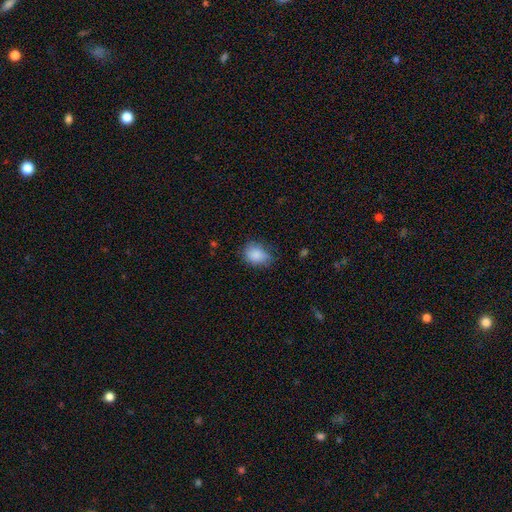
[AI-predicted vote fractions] smooth-or-featured: smooth: 86% | star or artifact: 8% | featured or disk: 6%
  how-rounded: in between: 58% | round: 41% | cigar-shaped: 1%
  merging: none: 64% | minor disturbance: 28% | major disturbance: 6% | merger: 1%